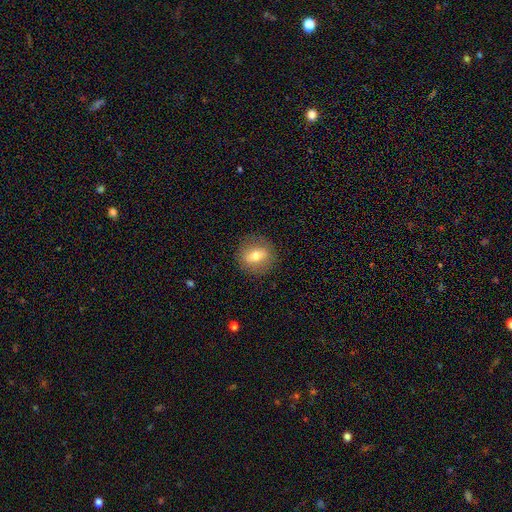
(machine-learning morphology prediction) Smooth or featured? Predicted: smooth (p=0.58). How rounded? Predicted: round (p=0.78). Merging? Predicted: none (p=0.87).